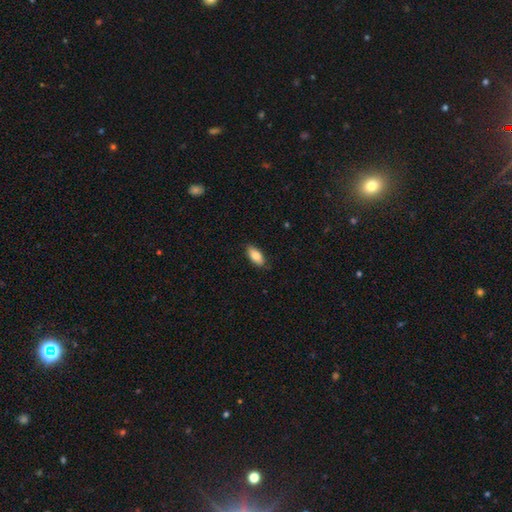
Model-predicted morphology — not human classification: A smooth galaxy with no disk features (81%) that is in between round and cigar-shaped (87%). Merging: none (85%).